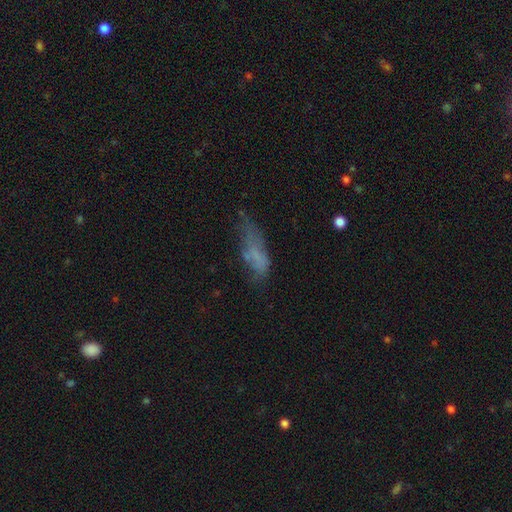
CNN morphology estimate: Smooth or featured?
  - smooth: 53% *
  - featured or disk: 31%
  - star or artifact: 16%
How rounded?
  - in between: 54% *
  - cigar-shaped: 43%
  - round: 3%
Merging?
  - none: 37% *
  - major disturbance: 29%
  - minor disturbance: 29%
  - merger: 6%